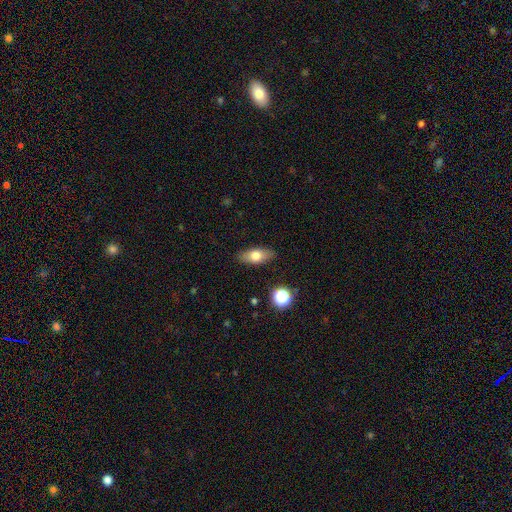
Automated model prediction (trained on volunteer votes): Smooth or featured? Predicted: smooth (p=0.71). How rounded? Predicted: in between (p=0.80). Merging? Predicted: none (p=0.87).